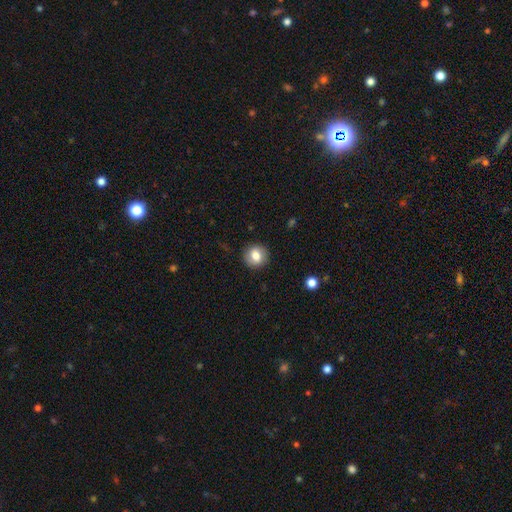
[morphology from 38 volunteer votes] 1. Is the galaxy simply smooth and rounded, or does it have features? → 71% smooth, 24% featured or disk, 5% star or artifact.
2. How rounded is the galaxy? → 74% round, 26% in between, 0% cigar-shaped.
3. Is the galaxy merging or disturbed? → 86% none, 11% minor disturbance, 3% major disturbance, 0% merger.